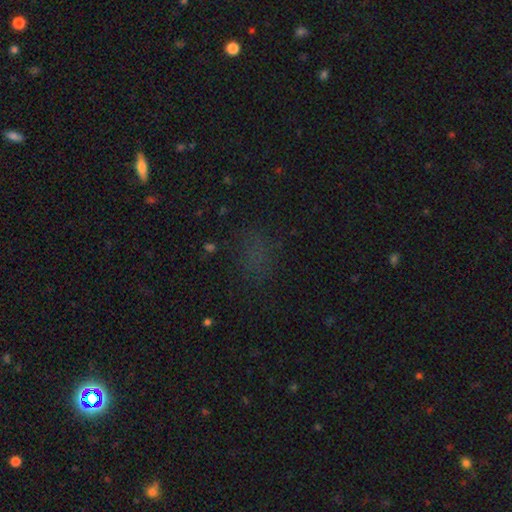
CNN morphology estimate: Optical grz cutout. It shows a smooth galaxy with no disk features (46%). Merging: none (74%).